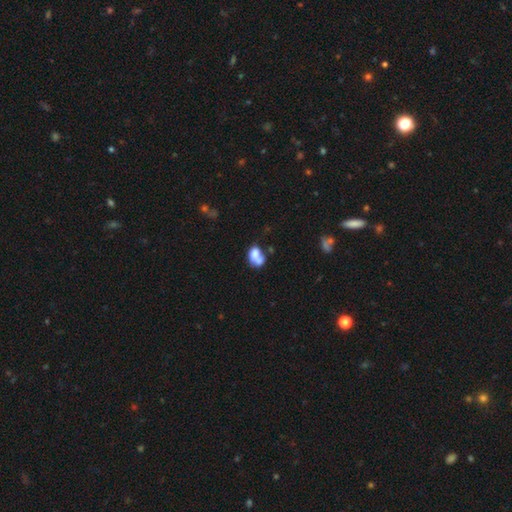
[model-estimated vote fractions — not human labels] A smooth galaxy with no disk features (68%) that is in between round and cigar-shaped (76%). Merging: merger (54%).